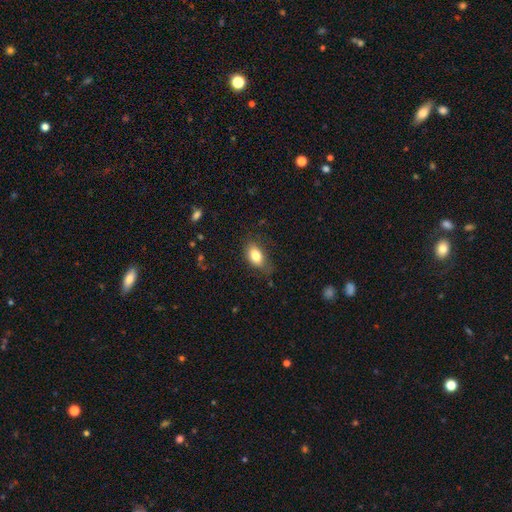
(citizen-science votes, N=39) Smooth or featured: smooth — 87% (featured or disk — 13%)
How rounded: in between — 85% (round — 12%)
Merging: none — 67% (minor disturbance — 21%)